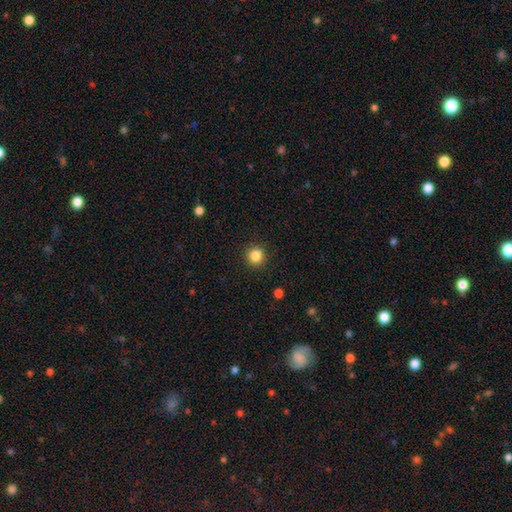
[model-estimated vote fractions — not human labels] Smooth or featured? smooth (85%)
How rounded? round (95%)
Merging? none (92%)